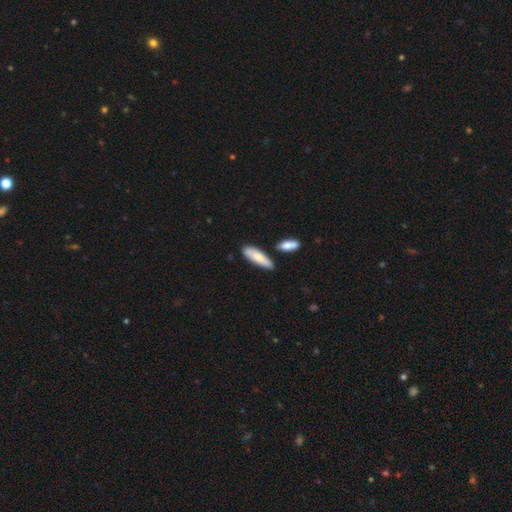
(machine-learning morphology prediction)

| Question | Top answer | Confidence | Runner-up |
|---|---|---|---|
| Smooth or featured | smooth | 76% | featured or disk (19%) |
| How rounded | cigar-shaped | 49% | tied: in between (49%) |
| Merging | none | 73% | minor disturbance (16%) |